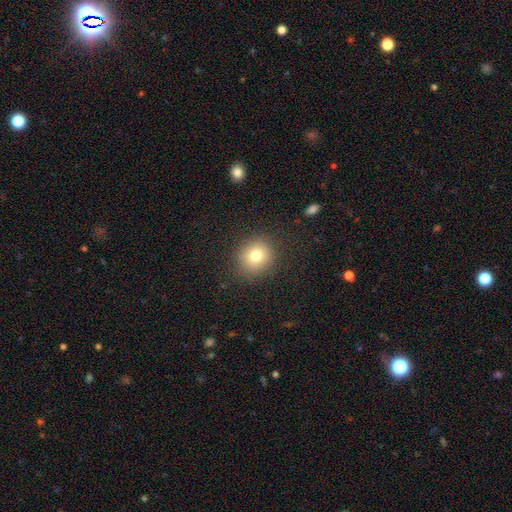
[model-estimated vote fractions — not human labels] smooth-or-featured: smooth: 77% | star or artifact: 12% | featured or disk: 10%
  how-rounded: round: 81% | in between: 18% | cigar-shaped: 1%
  merging: none: 87% | minor disturbance: 9% | major disturbance: 3% | merger: 1%